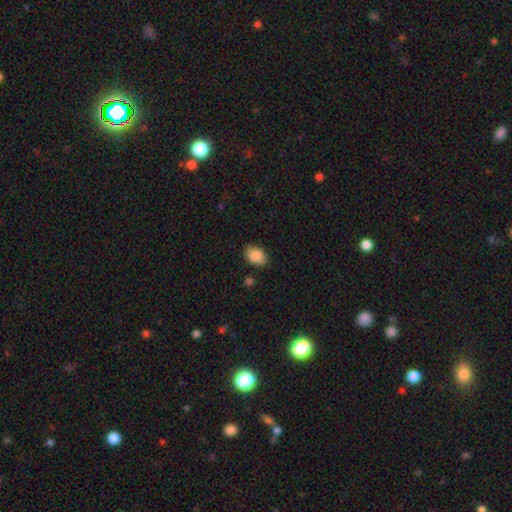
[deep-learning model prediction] Q: Smooth or featured?
A: smooth (88%); runner-up: star or artifact (7%)
Q: How rounded?
A: in between (80%); runner-up: round (19%)
Q: Merging?
A: none (85%); runner-up: minor disturbance (11%)